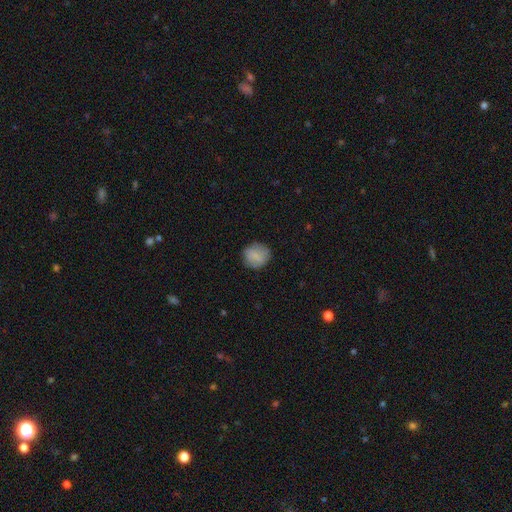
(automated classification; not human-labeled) This appears to be a smooth galaxy with no disk features (82%) that is round (87%). Merging: none (84%).